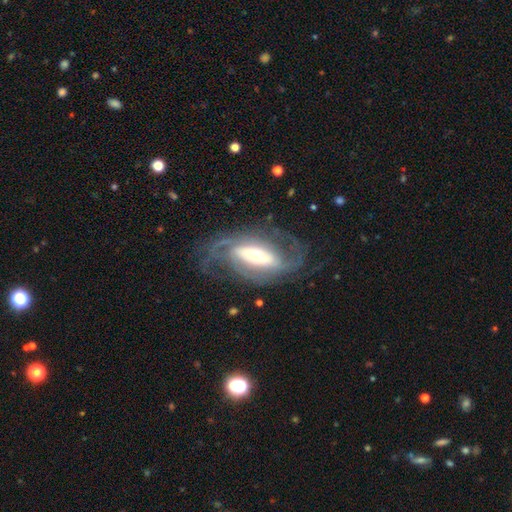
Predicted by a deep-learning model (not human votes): smooth_or_featured: featured or disk (p=0.86) [alt: smooth p=0.09]
disk_edge_on: no (p=0.91) [alt: yes p=0.09]
bar: strong (p=0.61) [alt: weak p=0.22]
has_spiral_arms: yes (p=0.91) [alt: no p=0.09]
spiral_winding: medium (p=0.44) [alt: tight p=0.32]
spiral_arm_count: 2 (p=0.67) [alt: can't tell p=0.13]
bulge_size: moderate (p=0.50) [alt: large p=0.23]
merging: none (p=0.64) [alt: major disturbance p=0.17]